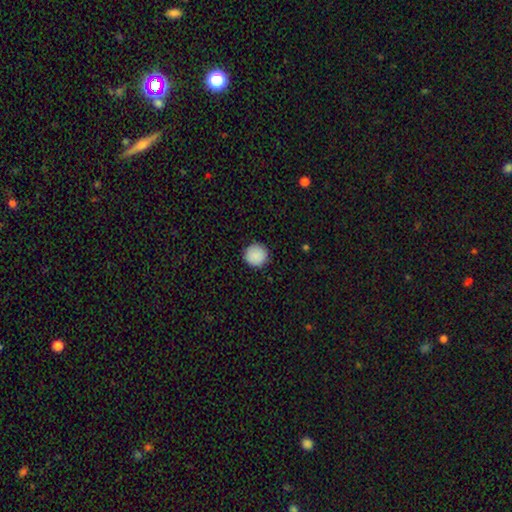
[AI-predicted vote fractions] Smooth or featured?
  - smooth: 90% *
  - star or artifact: 7%
  - featured or disk: 3%
How rounded?
  - round: 95% *
  - in between: 4%
  - cigar-shaped: 1%
Merging?
  - none: 92% *
  - minor disturbance: 6%
  - major disturbance: 2%
  - merger: 1%